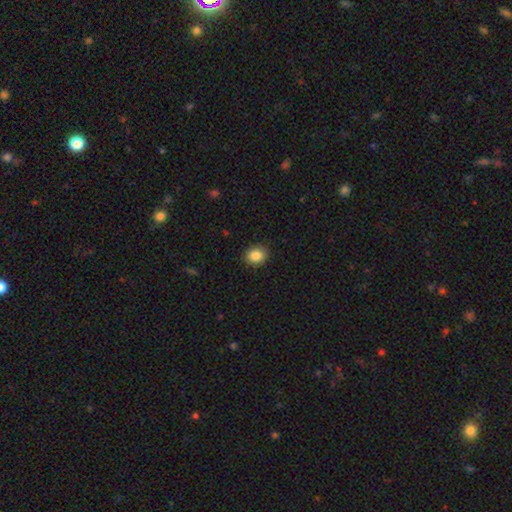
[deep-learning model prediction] Smooth or featured? Predicted: smooth (p=0.86). How rounded? Predicted: round (p=0.55). Merging? Predicted: none (p=0.88).